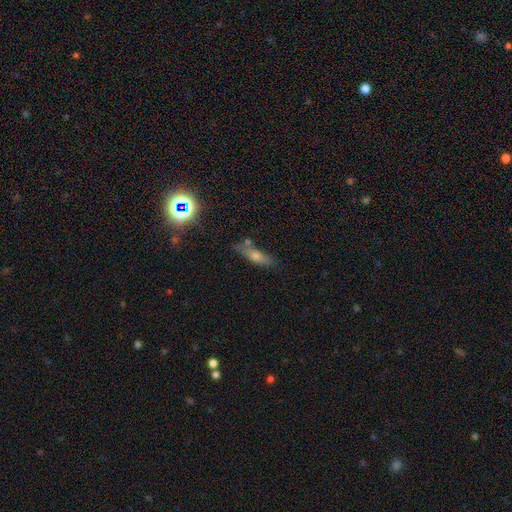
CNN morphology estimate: A smooth galaxy with no disk features (55%) that is cigar-shaped (60%).

Vote fractions:
- Smooth or featured? smooth: 55% / featured or disk: 29% / star or artifact: 16%
- How rounded? cigar-shaped: 60% / in between: 35% / round: 4%
- Merging? none: 68% / minor disturbance: 19% / merger: 8% / major disturbance: 5%